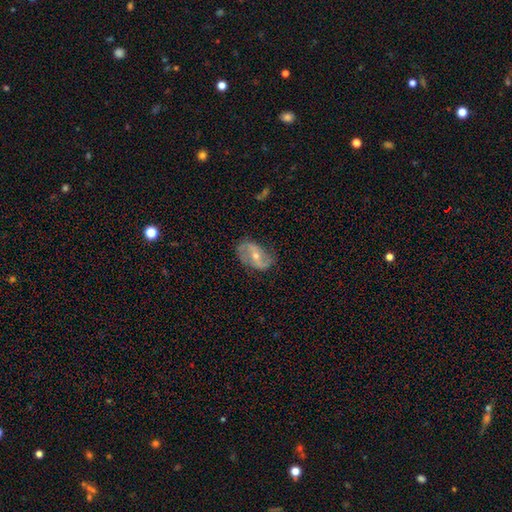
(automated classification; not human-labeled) Q: Smooth or featured?
A: featured or disk (77%); runner-up: smooth (17%)
Q: Edge-on disk?
A: no (96%); runner-up: yes (4%)
Q: Bar?
A: weak (40%); runner-up: strong (30%)
Q: Spiral arms?
A: yes (88%); runner-up: no (12%)
Q: Spiral winding?
A: loose (58%); runner-up: medium (31%)
Q: Spiral arm count?
A: 2 (90%); runner-up: can't tell (5%)
Q: Bulge size?
A: moderate (51%); runner-up: small (45%)
Q: Merging?
A: none (74%); runner-up: minor disturbance (18%)